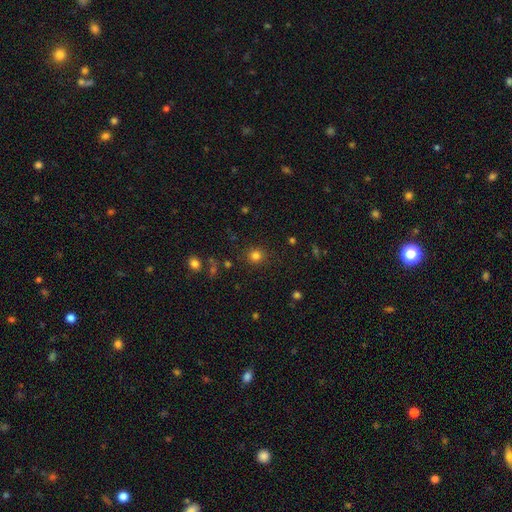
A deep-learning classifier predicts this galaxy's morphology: Q: Smooth or featured?
A: smooth (80%); runner-up: star or artifact (15%)
Q: How rounded?
A: round (92%); runner-up: in between (7%)
Q: Merging?
A: none (88%); runner-up: minor disturbance (7%)